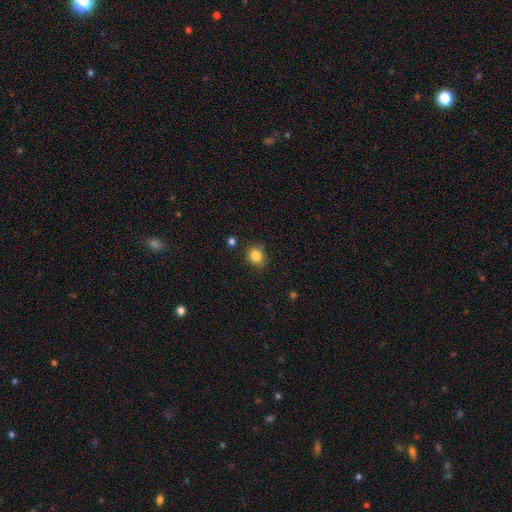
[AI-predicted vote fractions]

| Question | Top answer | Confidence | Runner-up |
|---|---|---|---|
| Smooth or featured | smooth | 84% | star or artifact (11%) |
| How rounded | round | 71% | in between (28%) |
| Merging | none | 77% | minor disturbance (17%) |